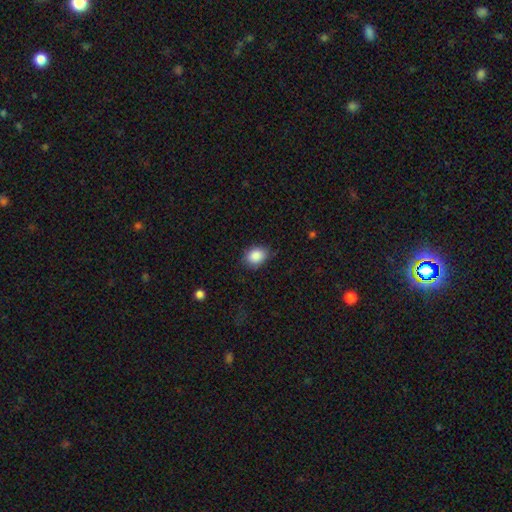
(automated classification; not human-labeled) The model was most divided on "how rounded": in between: 58%, round: 41%, cigar-shaped: 1%. More confident: smooth or featured — smooth (88%); merging — none (77%).